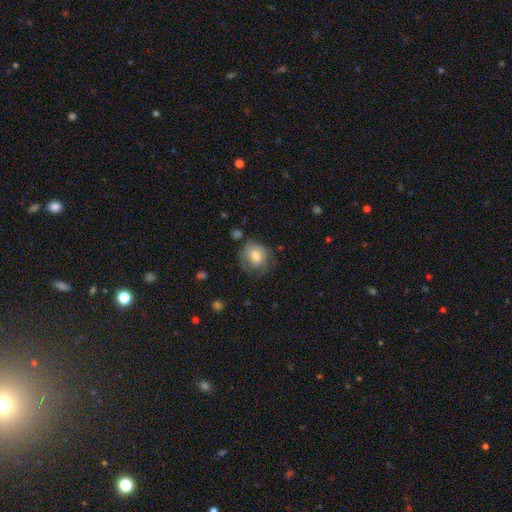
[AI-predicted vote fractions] Overall: smooth (70%). How rounded: round (69%; in between 30%). Merging: none (61%; minor disturbance 25%).